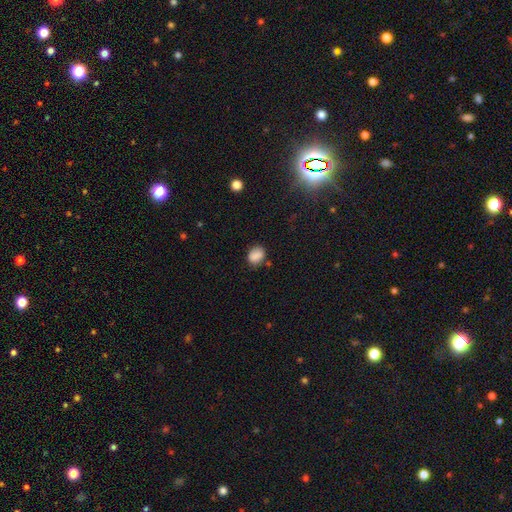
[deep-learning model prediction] This is clearly a smooth galaxy (84%). How rounded: likely in between (60%). Merging: likely none (71%).